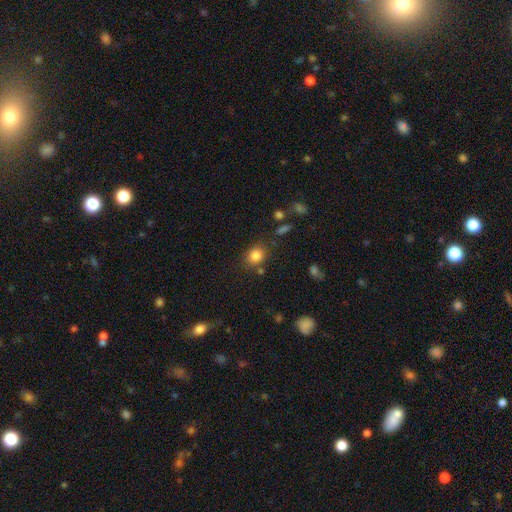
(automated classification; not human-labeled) A smooth galaxy with no disk features (84%) that is round (68%).

Vote fractions:
- Smooth or featured? smooth: 84% / star or artifact: 11% / featured or disk: 5%
- How rounded? round: 68% / in between: 31% / cigar-shaped: 1%
- Merging? none: 77% / minor disturbance: 12% / merger: 6% / major disturbance: 4%